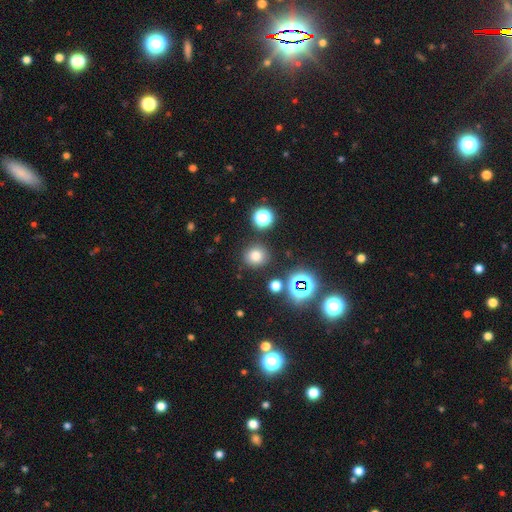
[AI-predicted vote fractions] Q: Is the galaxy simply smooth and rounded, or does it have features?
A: smooth — 73%.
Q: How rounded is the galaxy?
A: round — 87%.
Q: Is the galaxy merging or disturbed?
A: none — 85%.